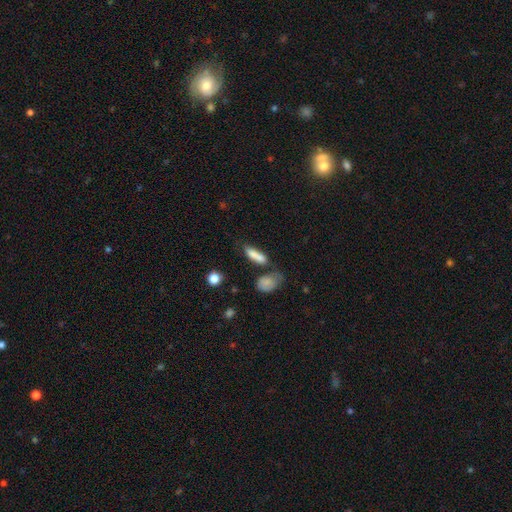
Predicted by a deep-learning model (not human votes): A smooth galaxy with no disk features (79%) that is cigar-shaped (51%).

Vote fractions:
- Smooth or featured? smooth: 79% / featured or disk: 12% / star or artifact: 8%
- How rounded? cigar-shaped: 51% / in between: 45% / round: 4%
- Merging? none: 51% / merger: 23% / minor disturbance: 18% / major disturbance: 8%